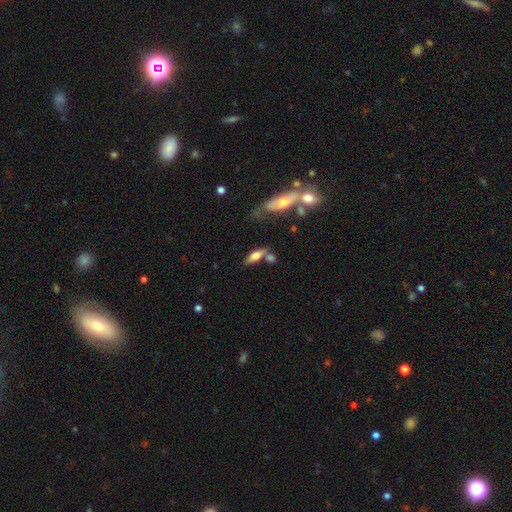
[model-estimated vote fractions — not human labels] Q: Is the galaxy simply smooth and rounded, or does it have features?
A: smooth — 63%.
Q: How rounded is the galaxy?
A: in between — 63%.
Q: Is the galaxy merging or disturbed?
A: none — 54%.